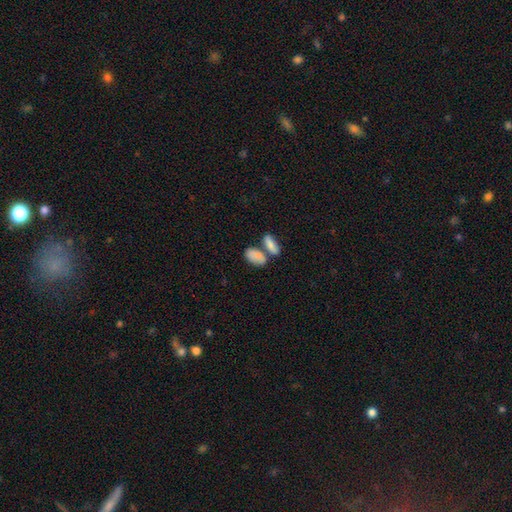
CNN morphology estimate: A smooth galaxy with no disk features (85%) that is in between round and cigar-shaped (89%).

Vote fractions:
- Smooth or featured? smooth: 85% / featured or disk: 9% / star or artifact: 6%
- How rounded? in between: 89% / cigar-shaped: 7% / round: 4%
- Merging? none: 42% / merger: 41% / minor disturbance: 12% / major disturbance: 5%